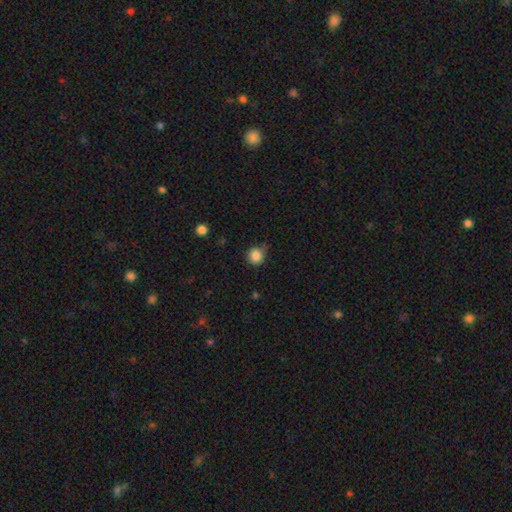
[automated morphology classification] This is clearly a smooth galaxy (86%). How rounded: clearly round (87%). Merging: likely none (68%).